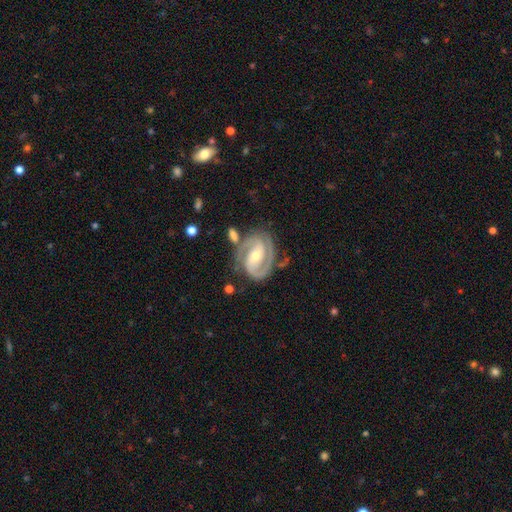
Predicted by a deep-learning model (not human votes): Smooth or featured? featured or disk (92%)
Edge-on disk? no (97%)
Bar? strong (38%, tied with weak)
Spiral arms? yes (98%)
Spiral winding? tight (58%)
Spiral arm count? 2 (87%)
Bulge size? small (51%)
Merging? none (72%)